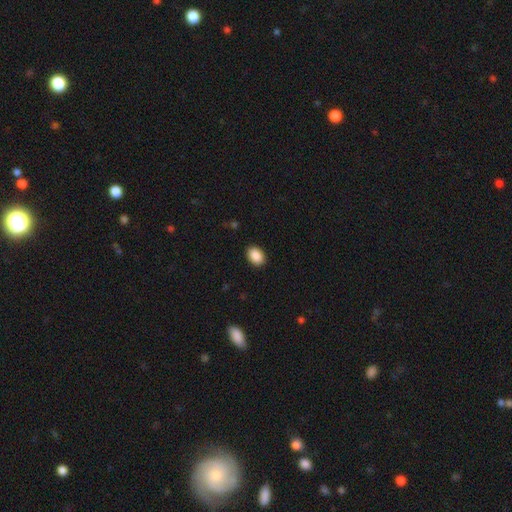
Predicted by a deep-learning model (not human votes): smooth_or_featured: smooth (p=0.89) [alt: star or artifact p=0.07]
how_rounded: in between (p=0.78) [alt: round p=0.21]
merging: none (p=0.90) [alt: minor disturbance p=0.07]